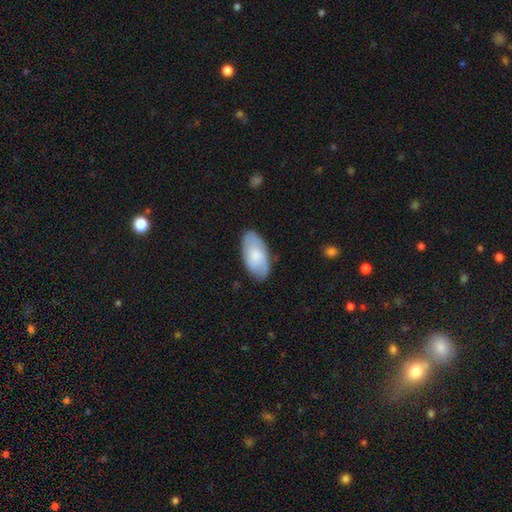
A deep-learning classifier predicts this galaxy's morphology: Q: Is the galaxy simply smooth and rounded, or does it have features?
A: smooth — 70%.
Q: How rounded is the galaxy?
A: in between — 95%.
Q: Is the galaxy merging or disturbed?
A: none — 79%.